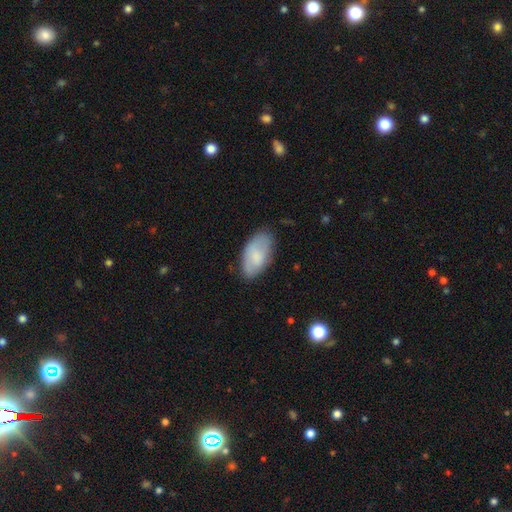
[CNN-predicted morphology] smooth-or-featured: smooth: 74% | featured or disk: 20% | star or artifact: 6%
  how-rounded: in between: 95% | round: 3% | cigar-shaped: 2%
  merging: none: 72% | minor disturbance: 22% | major disturbance: 5% | merger: 1%